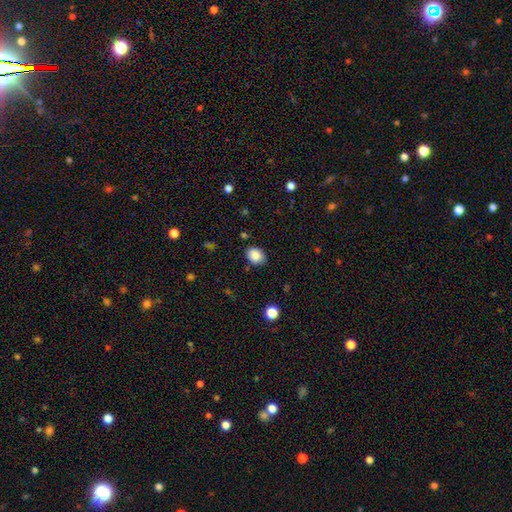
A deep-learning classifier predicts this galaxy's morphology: Smooth or featured? Predicted: smooth (p=0.87). How rounded? Predicted: in between (p=0.56). Merging? Predicted: none (p=0.82).